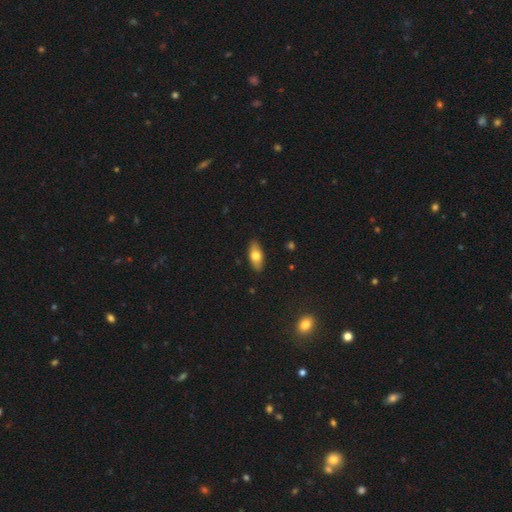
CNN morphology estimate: smooth-or-featured: smooth: 67% | featured or disk: 27% | star or artifact: 6%
  how-rounded: in between: 81% | cigar-shaped: 16% | round: 4%
  merging: none: 88% | minor disturbance: 9% | major disturbance: 2% | merger: 1%